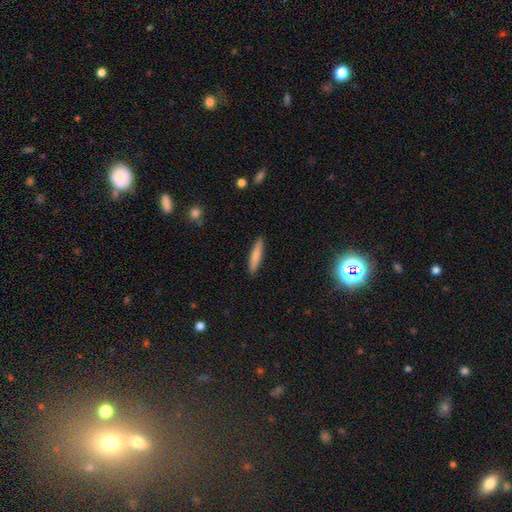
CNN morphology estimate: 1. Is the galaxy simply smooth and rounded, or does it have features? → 79% smooth, 15% featured or disk, 6% star or artifact.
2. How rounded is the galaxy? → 89% cigar-shaped, 9% in between, 1% round.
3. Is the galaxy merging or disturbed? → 90% none, 7% minor disturbance, 2% major disturbance, 1% merger.